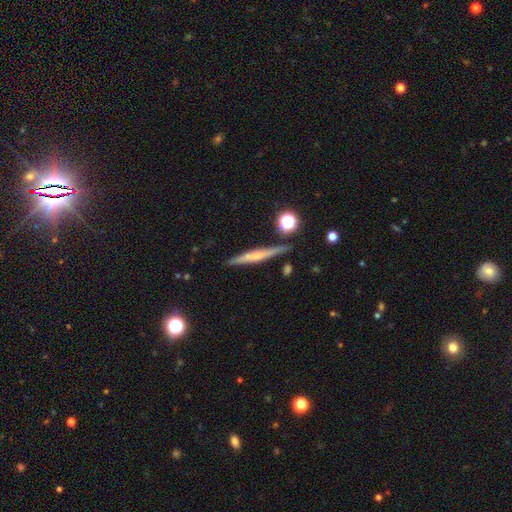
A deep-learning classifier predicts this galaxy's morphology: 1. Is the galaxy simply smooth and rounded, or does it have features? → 57% featured or disk, 36% smooth, 8% star or artifact.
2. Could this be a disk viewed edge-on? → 97% yes, 3% no.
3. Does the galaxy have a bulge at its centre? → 52% rounded, 36% none, 12% boxy.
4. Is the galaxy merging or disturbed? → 86% none, 9% minor disturbance, 3% merger, 2% major disturbance.